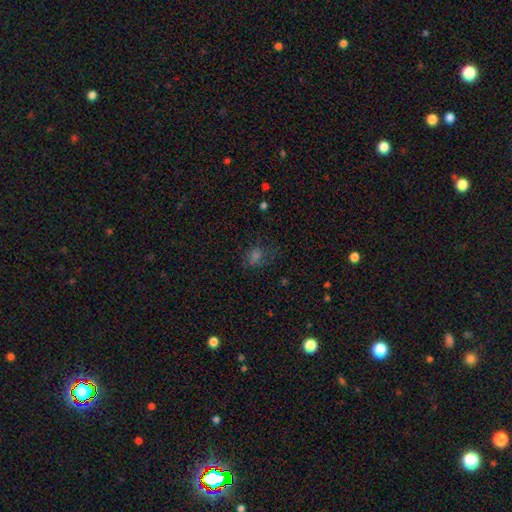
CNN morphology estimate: The model was most divided on "how rounded": round: 51%, in between: 47%, cigar-shaped: 2%. More confident: merging — none (58%); smooth or featured — smooth (54%).